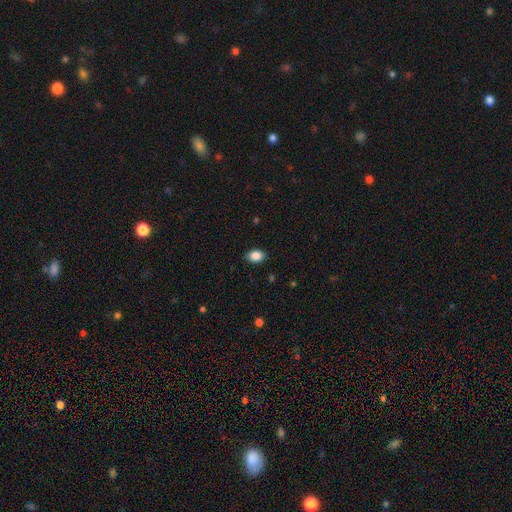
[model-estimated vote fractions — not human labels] Smooth or featured? smooth (87%)
How rounded? in between (77%)
Merging? none (87%)